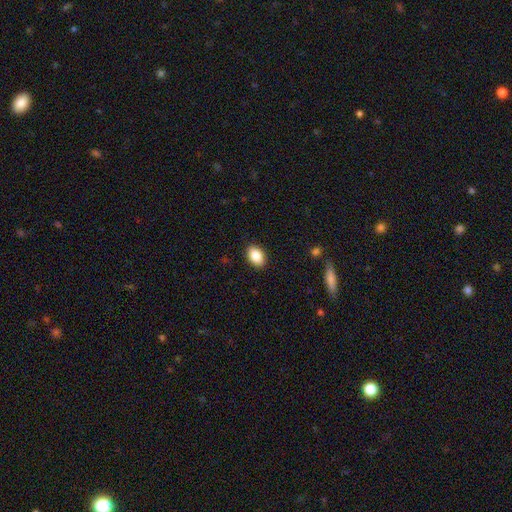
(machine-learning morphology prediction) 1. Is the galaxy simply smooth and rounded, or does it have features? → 88% smooth, 7% star or artifact, 5% featured or disk.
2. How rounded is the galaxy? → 86% in between, 13% round, 1% cigar-shaped.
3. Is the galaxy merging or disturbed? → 89% none, 8% minor disturbance, 2% major disturbance, 1% merger.